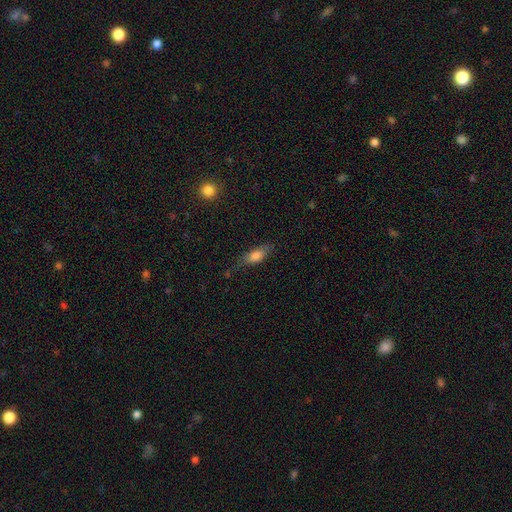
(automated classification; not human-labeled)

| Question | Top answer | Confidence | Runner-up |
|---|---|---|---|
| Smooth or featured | smooth | 73% | featured or disk (19%) |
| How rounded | in between | 70% | cigar-shaped (27%) |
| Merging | none | 65% | minor disturbance (25%) |